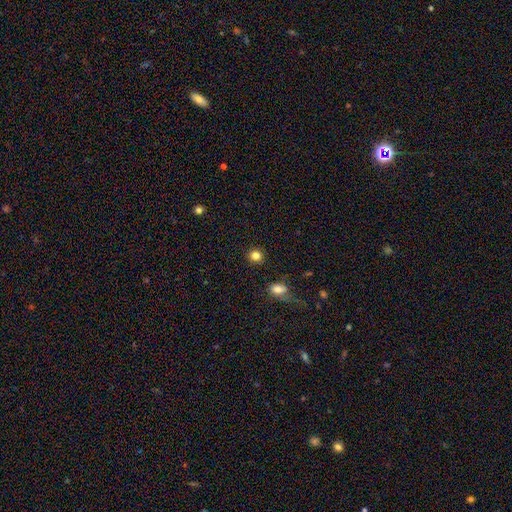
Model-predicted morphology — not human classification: The model was most divided on "smooth or featured": smooth: 83%, star or artifact: 12%, featured or disk: 5%. More confident: merging — none (89%); how rounded — round (87%).